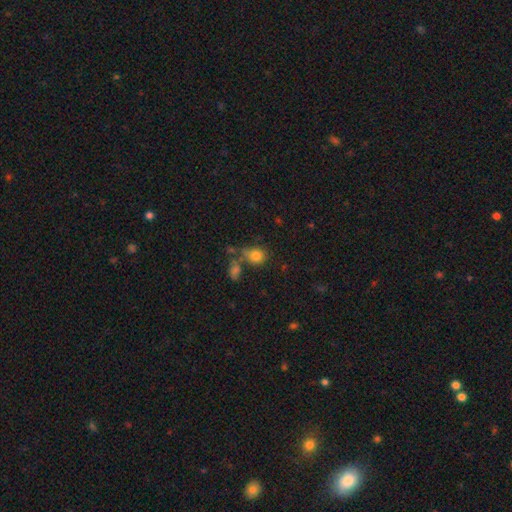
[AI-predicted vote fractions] Q: Smooth or featured?
A: smooth (81%); runner-up: star or artifact (11%)
Q: How rounded?
A: round (69%); runner-up: in between (30%)
Q: Merging?
A: none (56%); runner-up: merger (18%)